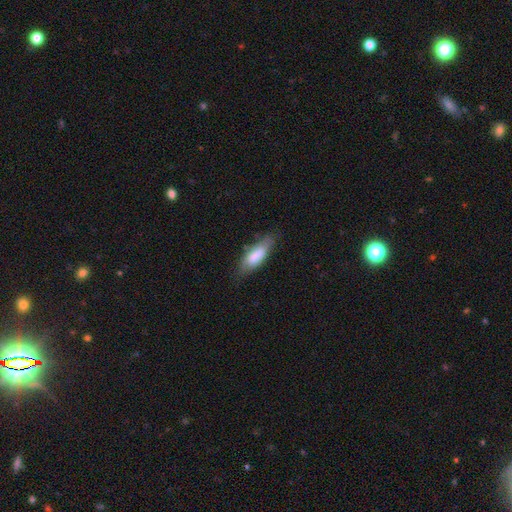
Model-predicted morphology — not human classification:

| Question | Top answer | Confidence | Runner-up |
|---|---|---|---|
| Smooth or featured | smooth | 77% | featured or disk (17%) |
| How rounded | in between | 61% | cigar-shaped (38%) |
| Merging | none | 66% | minor disturbance (25%) |